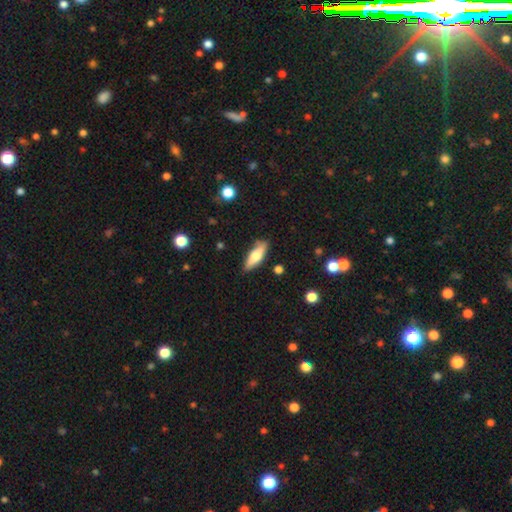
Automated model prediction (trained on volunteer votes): Overall: smooth (63%; featured or disk 31%). How rounded: in between (56%; cigar-shaped 41%). Merging: none (81%).